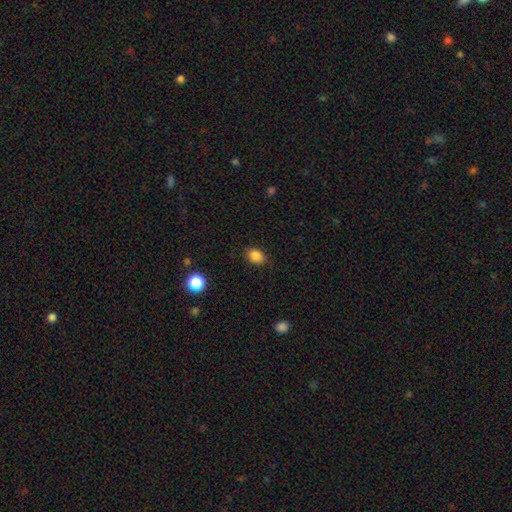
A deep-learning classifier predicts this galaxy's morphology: This is clearly a smooth galaxy (86%). How rounded: likely in between (62%). Merging: clearly none (87%).